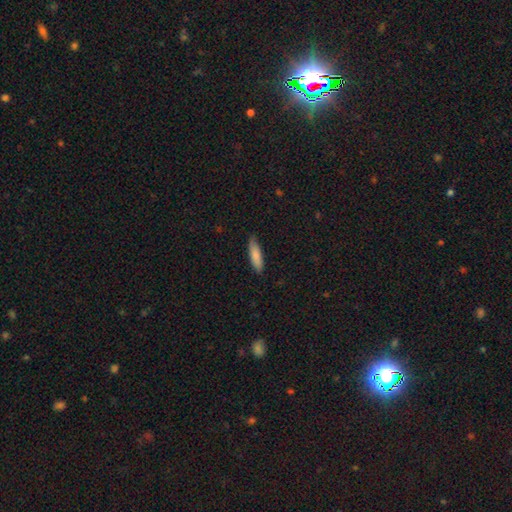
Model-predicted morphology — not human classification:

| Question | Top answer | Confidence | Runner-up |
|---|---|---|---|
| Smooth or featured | smooth | 85% | featured or disk (10%) |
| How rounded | cigar-shaped | 62% | in between (36%) |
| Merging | none | 81% | minor disturbance (16%) |